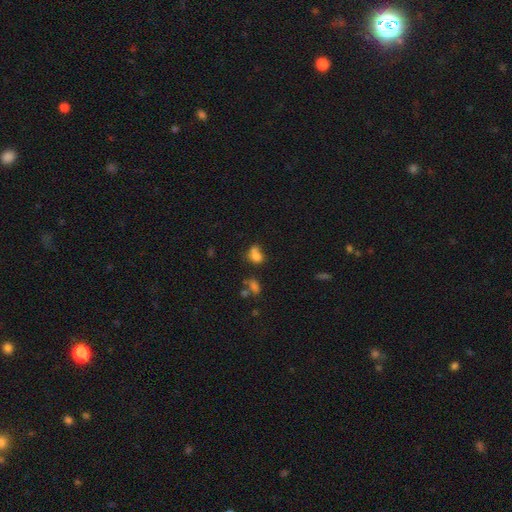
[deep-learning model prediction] A smooth galaxy with no disk features (73%) that is in between round and cigar-shaped (55%).

Vote fractions:
- Smooth or featured? smooth: 73% / star or artifact: 15% / featured or disk: 12%
- How rounded? in between: 55% / round: 43% / cigar-shaped: 2%
- Merging? merger: 45% / none: 31% / minor disturbance: 14% / major disturbance: 9%